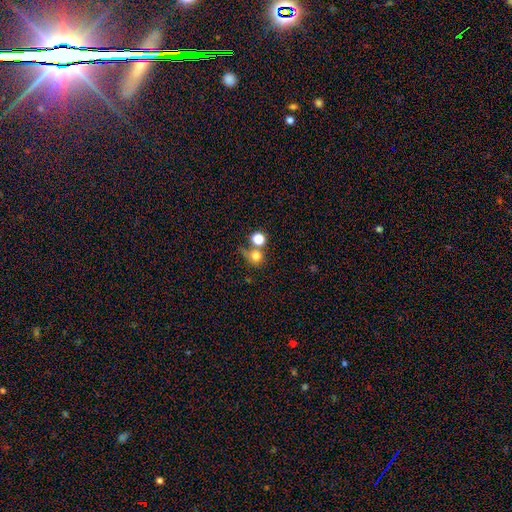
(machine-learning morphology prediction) A smooth galaxy with no disk features (76%) that is round (87%). Merging: none (50%).